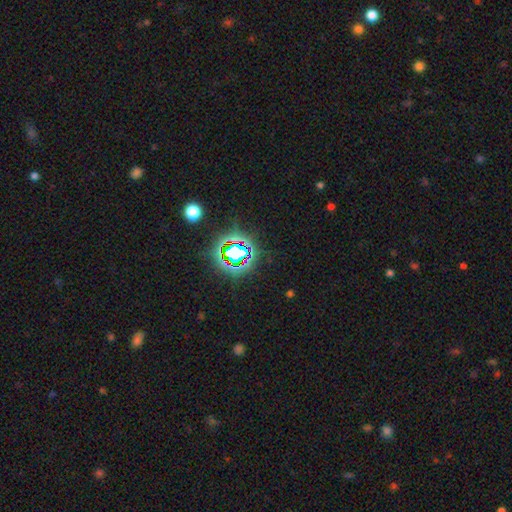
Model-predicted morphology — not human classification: Q: Smooth or featured?
A: star or artifact (78%); runner-up: smooth (13%)